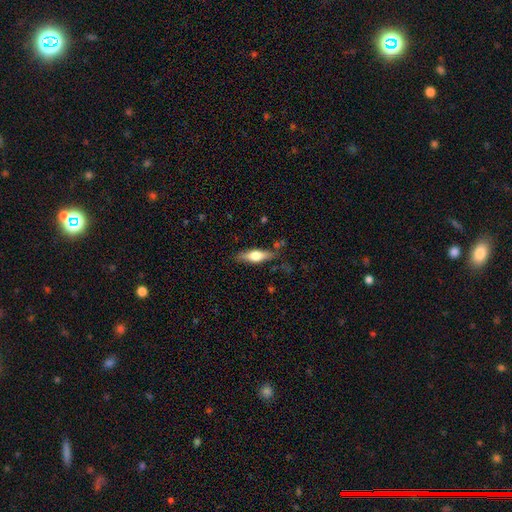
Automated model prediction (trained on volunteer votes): The model was most divided on "smooth or featured": smooth: 50%, featured or disk: 44%, star or artifact: 6%. More confident: merging — none (78%).